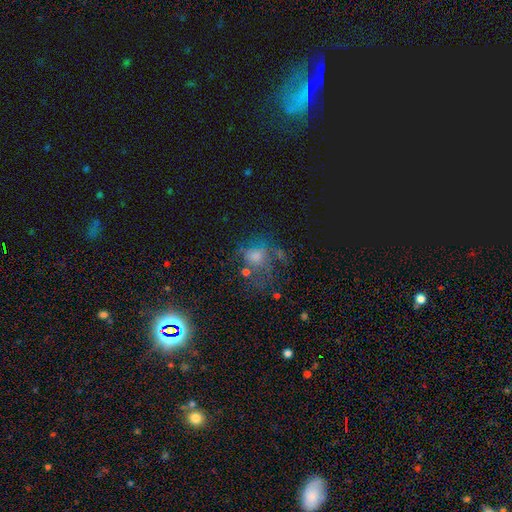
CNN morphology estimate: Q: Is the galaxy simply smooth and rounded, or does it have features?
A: smooth — 34%.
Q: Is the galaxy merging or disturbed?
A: none — 47%.